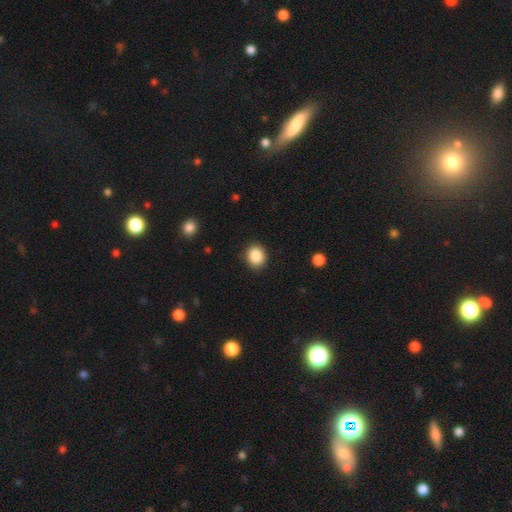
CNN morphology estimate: smooth-or-featured: smooth: 87% | star or artifact: 9% | featured or disk: 4%
  how-rounded: round: 74% | in between: 25% | cigar-shaped: 1%
  merging: none: 90% | minor disturbance: 7% | major disturbance: 2% | merger: 1%